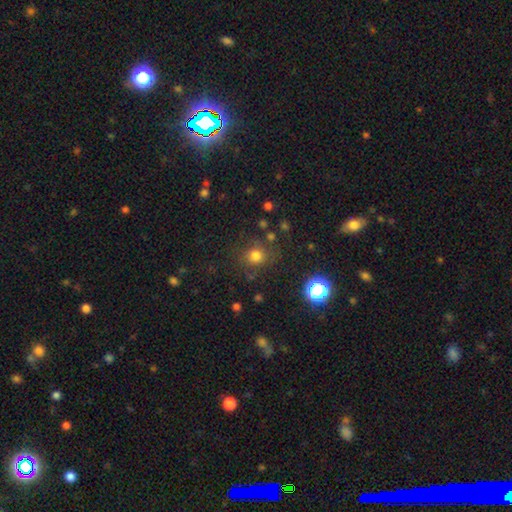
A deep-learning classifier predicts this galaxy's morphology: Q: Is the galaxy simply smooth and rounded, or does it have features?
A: smooth — 75%.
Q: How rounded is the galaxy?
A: round — 85%.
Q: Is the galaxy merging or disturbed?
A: none — 77%.